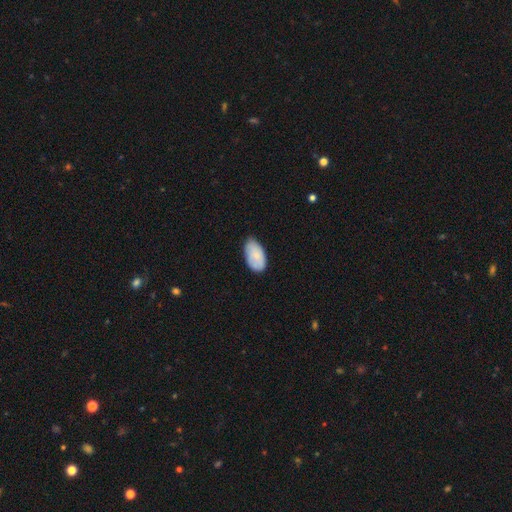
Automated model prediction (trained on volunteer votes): Smooth or featured? smooth (81%)
How rounded? in between (95%)
Merging? none (69%)